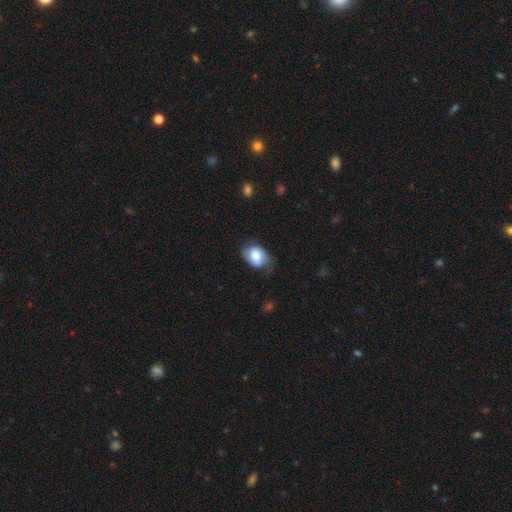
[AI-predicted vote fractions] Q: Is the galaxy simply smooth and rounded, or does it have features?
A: smooth — 68%.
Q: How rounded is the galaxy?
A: in between — 74%.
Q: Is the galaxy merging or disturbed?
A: none — 58%.